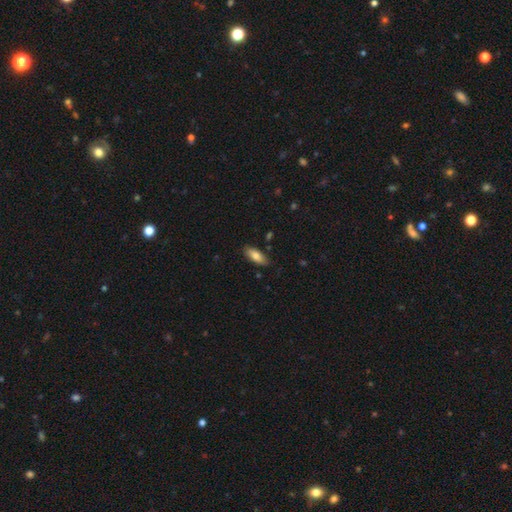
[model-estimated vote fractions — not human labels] Smooth or featured: smooth — 77% (featured or disk — 17%)
How rounded: in between — 78% (cigar-shaped — 20%)
Merging: none — 83% (minor disturbance — 13%)